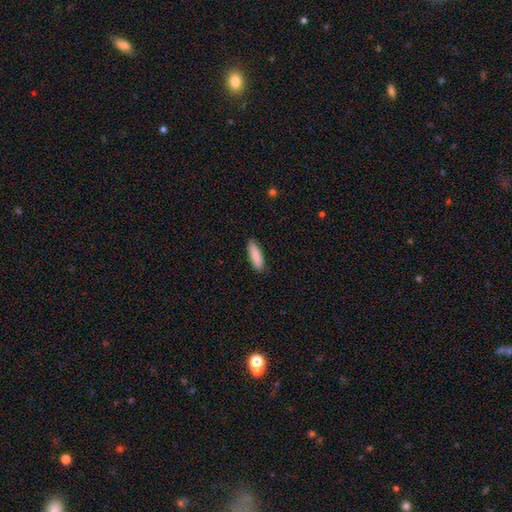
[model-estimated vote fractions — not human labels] This appears to be a smooth galaxy with no disk features (88%) that is cigar-shaped (59%). Merging: none (88%).